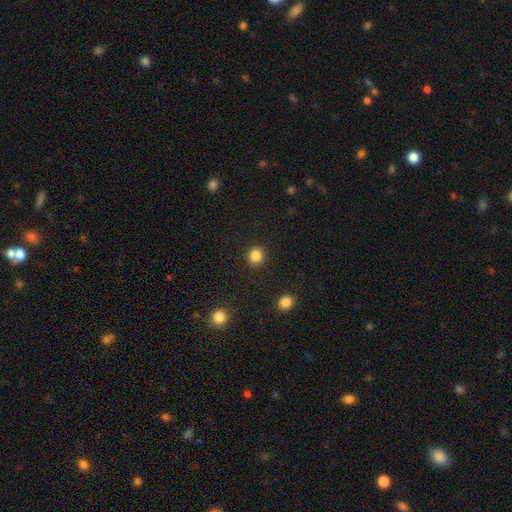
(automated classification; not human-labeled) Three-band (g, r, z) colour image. It shows a smooth galaxy with no disk features (86%) that is round (87%). Merging: none (91%).